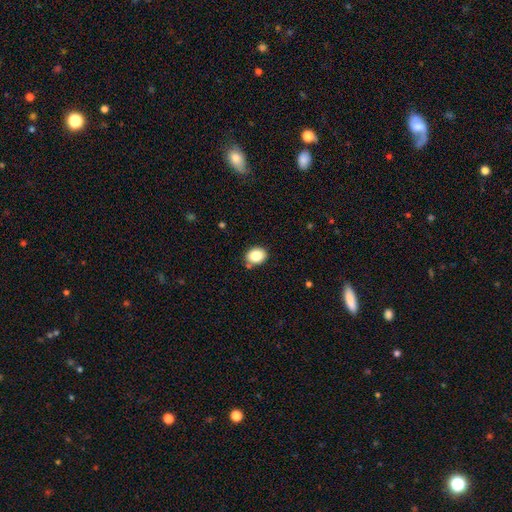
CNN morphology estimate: Overall: smooth (85%). How rounded: in between (53%; round 46%). Merging: none (81%).